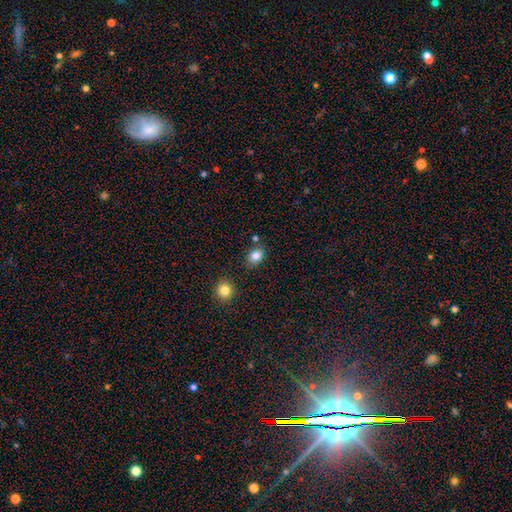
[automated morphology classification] Overall: smooth (84%). How rounded: in between (66%; round 32%). Merging: none (80%).